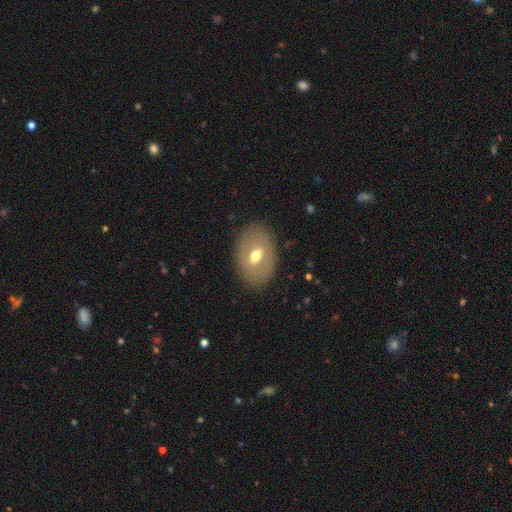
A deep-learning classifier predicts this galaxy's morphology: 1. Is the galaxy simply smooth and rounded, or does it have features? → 54% smooth, 38% featured or disk, 8% star or artifact.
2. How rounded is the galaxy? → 82% in between, 17% round, 1% cigar-shaped.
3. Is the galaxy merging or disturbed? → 84% none, 10% minor disturbance, 4% major disturbance, 1% merger.